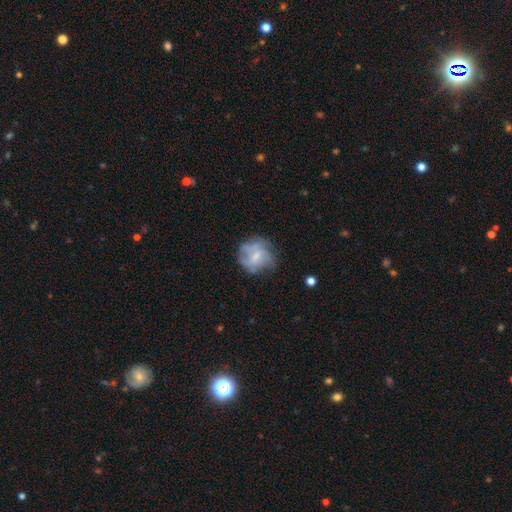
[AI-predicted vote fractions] This is possibly a featured or disk galaxy (51%). It is clearly not viewed edge-on (98%). Merging: possibly none (59%).